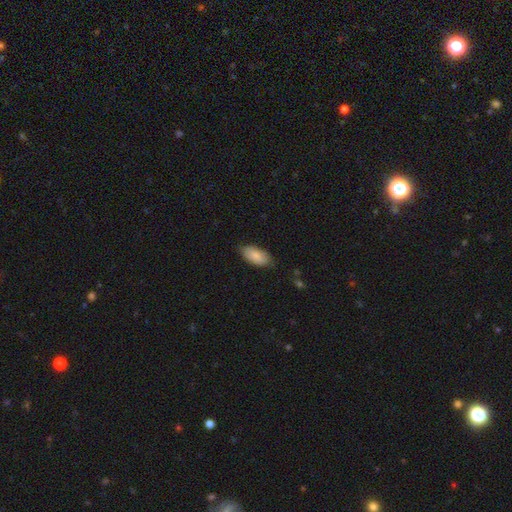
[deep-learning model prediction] smooth_or_featured: smooth (p=0.84) [alt: featured or disk p=0.10]
how_rounded: in between (p=0.93) [alt: cigar-shaped p=0.05]
merging: none (p=0.77) [alt: minor disturbance p=0.19]